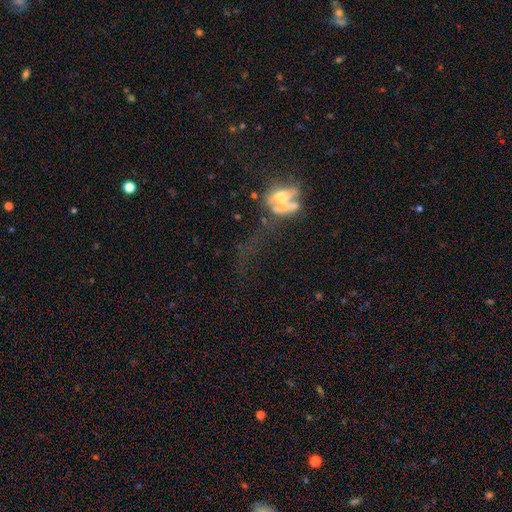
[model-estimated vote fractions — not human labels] Smooth or featured? star or artifact (55%)